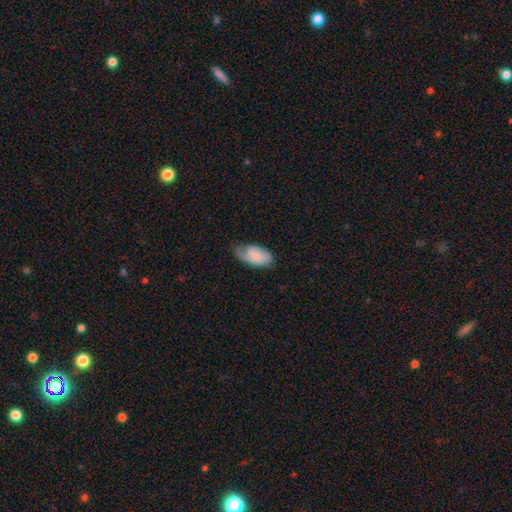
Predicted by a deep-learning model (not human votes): Smooth or featured? smooth (67%)
How rounded? in between (94%)
Merging? none (46%)